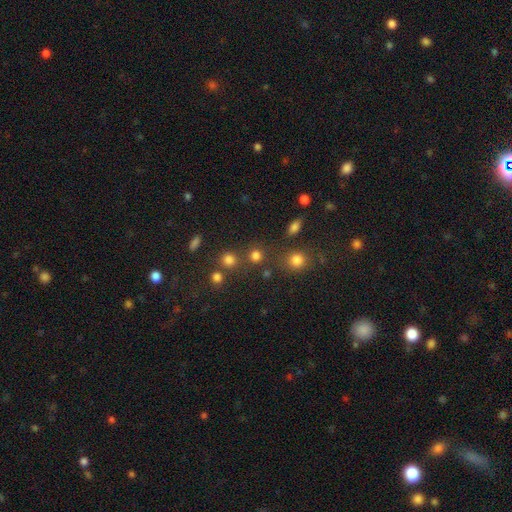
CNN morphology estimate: smooth 78%, star or artifact 17%, featured or disk 5%. Down the decision tree: how rounded — round (88%); merging — none (72%).